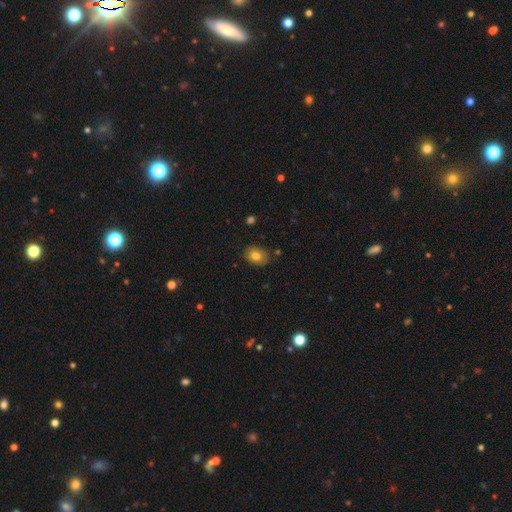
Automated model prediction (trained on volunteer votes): Q: Smooth or featured?
A: smooth (80%); runner-up: featured or disk (11%)
Q: How rounded?
A: in between (68%); runner-up: round (31%)
Q: Merging?
A: none (84%); runner-up: minor disturbance (12%)